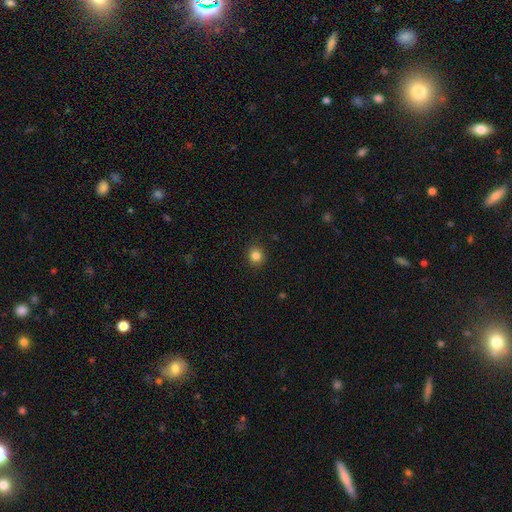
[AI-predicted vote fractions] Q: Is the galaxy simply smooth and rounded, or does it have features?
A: smooth — 83%.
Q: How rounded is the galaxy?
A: round — 88%.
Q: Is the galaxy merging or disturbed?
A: none — 91%.